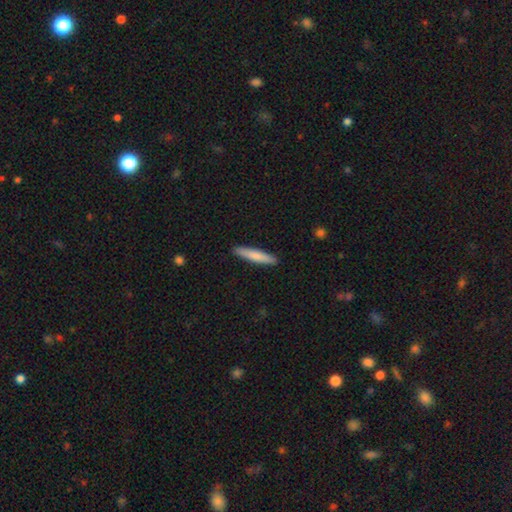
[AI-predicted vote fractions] smooth_or_featured: smooth (p=0.76) [alt: featured or disk p=0.19]
how_rounded: cigar-shaped (p=0.92) [alt: in between p=0.06]
merging: none (p=0.91) [alt: minor disturbance p=0.07]